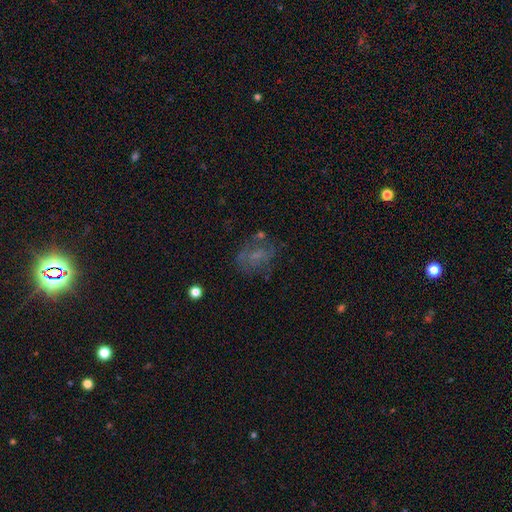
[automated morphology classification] smooth_or_featured: smooth (p=0.41) [tied with: featured or disk p=0.41]
merging: none (p=0.57) [alt: minor disturbance p=0.20]